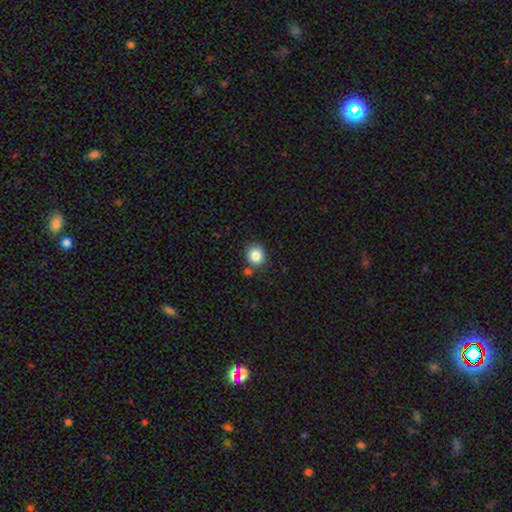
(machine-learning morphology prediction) The model was most divided on "how rounded": round: 84%, in between: 16%, cigar-shaped: 1%. More confident: smooth or featured — smooth (85%); merging — none (80%).